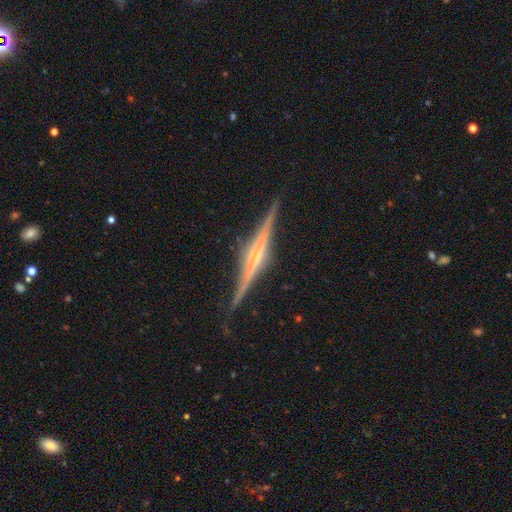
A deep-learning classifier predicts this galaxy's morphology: Overall: featured or disk (87%). Edge-on disk: yes (98%). Edge-on bulge: rounded (58%; boxy 30%). Merging: none (87%).